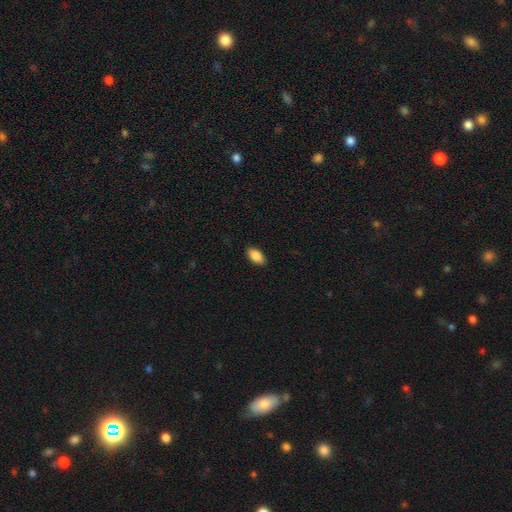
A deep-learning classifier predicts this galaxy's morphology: A smooth galaxy with no disk features (86%) that is in between round and cigar-shaped (92%).

Vote fractions:
- Smooth or featured? smooth: 86% / featured or disk: 8% / star or artifact: 7%
- How rounded? in between: 92% / cigar-shaped: 5% / round: 3%
- Merging? none: 89% / minor disturbance: 8% / major disturbance: 2% / merger: 1%